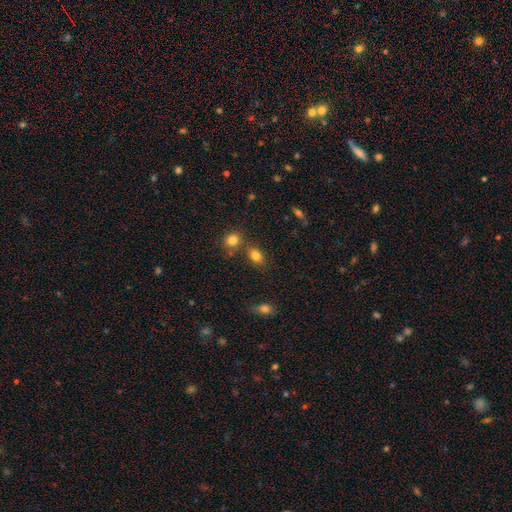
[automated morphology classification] Overall: smooth (81%). How rounded: in between (73%). Merging: none (69%).